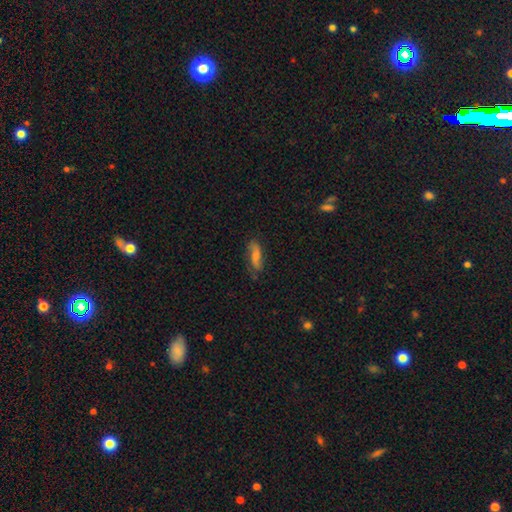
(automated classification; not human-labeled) Overall: smooth (46%; featured or disk 44%). Merging: none (75%).